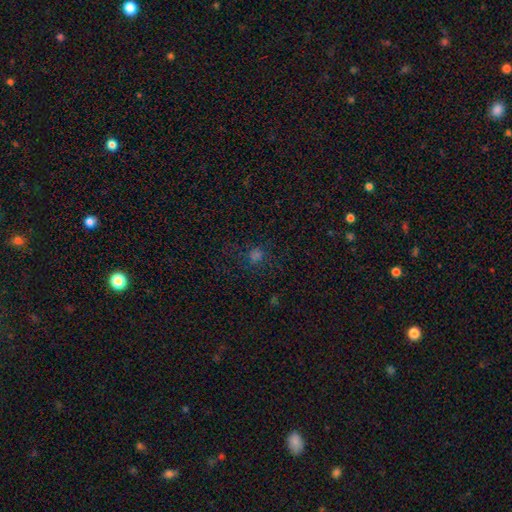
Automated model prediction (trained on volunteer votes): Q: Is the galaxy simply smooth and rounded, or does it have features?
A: smooth — 50%.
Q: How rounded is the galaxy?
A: round — 72%.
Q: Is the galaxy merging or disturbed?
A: none — 71%.